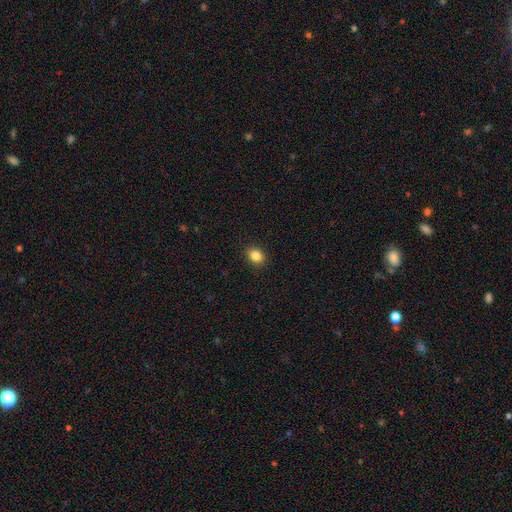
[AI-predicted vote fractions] smooth 85%, star or artifact 10%, featured or disk 5%. Down the decision tree: how rounded — in between (55%); merging — none (90%).